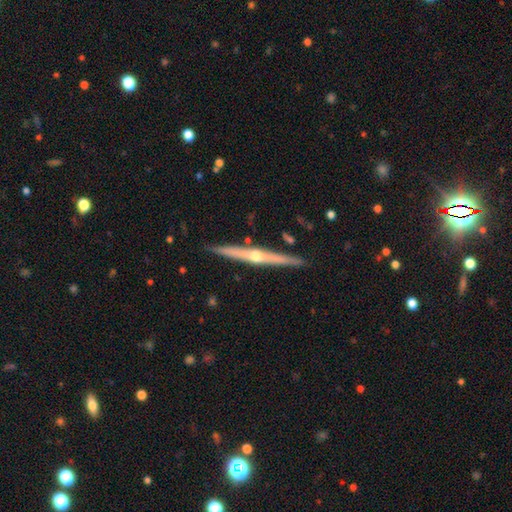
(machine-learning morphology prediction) smooth_or_featured: featured or disk (p=0.82) [alt: smooth p=0.12]
disk_edge_on: yes (p=0.98) [alt: no p=0.02]
edge_on_bulge: rounded (p=0.88) [alt: none p=0.08]
merging: none (p=0.89) [alt: minor disturbance p=0.07]